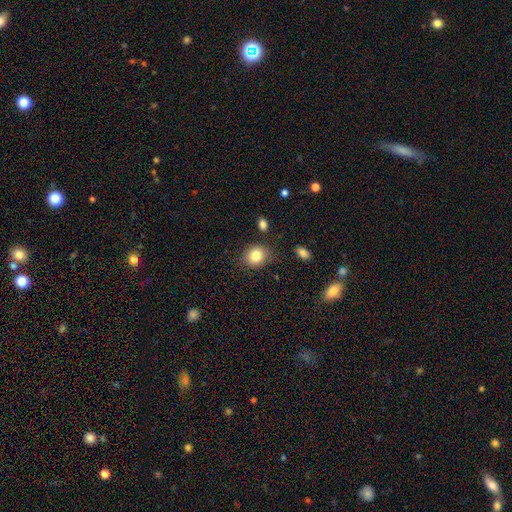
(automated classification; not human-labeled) Q: Smooth or featured?
A: smooth (83%); runner-up: star or artifact (10%)
Q: How rounded?
A: round (69%); runner-up: in between (30%)
Q: Merging?
A: none (81%); runner-up: minor disturbance (12%)